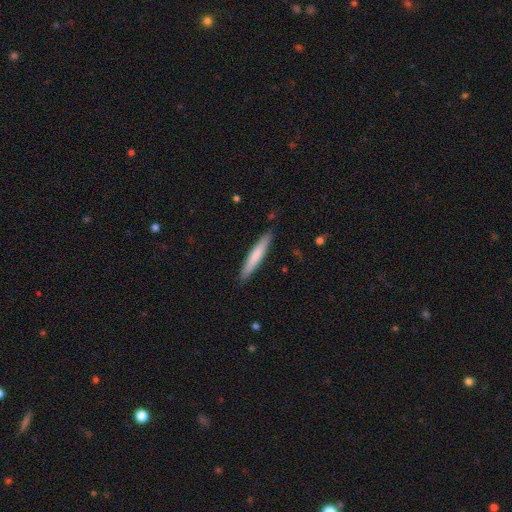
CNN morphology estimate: smooth_or_featured: smooth (p=0.72) [alt: featured or disk p=0.23]
how_rounded: cigar-shaped (p=0.94) [alt: in between p=0.05]
merging: none (p=0.90) [alt: minor disturbance p=0.08]